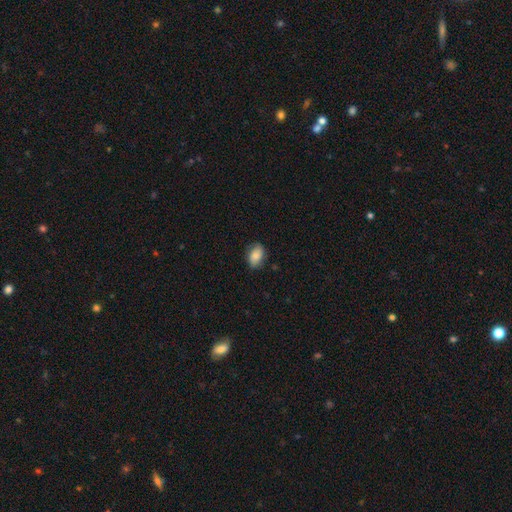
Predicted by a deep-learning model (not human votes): Q: Smooth or featured?
A: smooth (84%); runner-up: featured or disk (9%)
Q: How rounded?
A: in between (86%); runner-up: round (13%)
Q: Merging?
A: none (80%); runner-up: minor disturbance (16%)